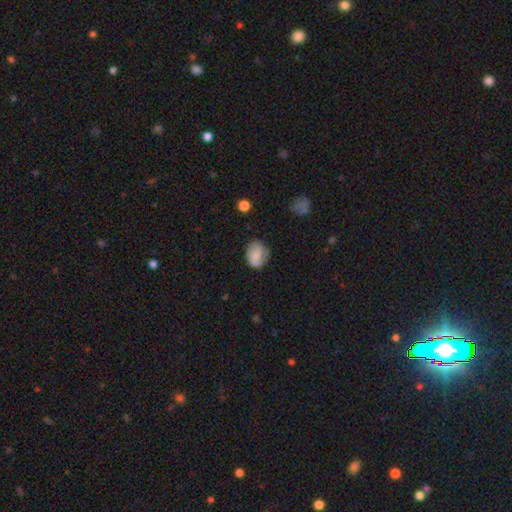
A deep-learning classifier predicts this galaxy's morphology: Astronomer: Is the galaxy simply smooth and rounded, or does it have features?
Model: smooth — 71%.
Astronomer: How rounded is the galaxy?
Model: in between — 55% (runner-up: round, 44%).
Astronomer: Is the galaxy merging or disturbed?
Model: none — 67%.